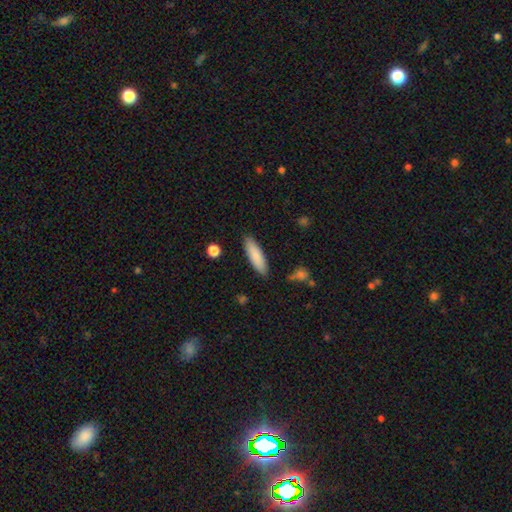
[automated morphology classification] A smooth galaxy with no disk features (85%) that is cigar-shaped (62%).

Vote fractions:
- Smooth or featured? smooth: 85% / featured or disk: 9% / star or artifact: 6%
- How rounded? cigar-shaped: 62% / in between: 37% / round: 1%
- Merging? none: 88% / minor disturbance: 9% / major disturbance: 2% / merger: 2%